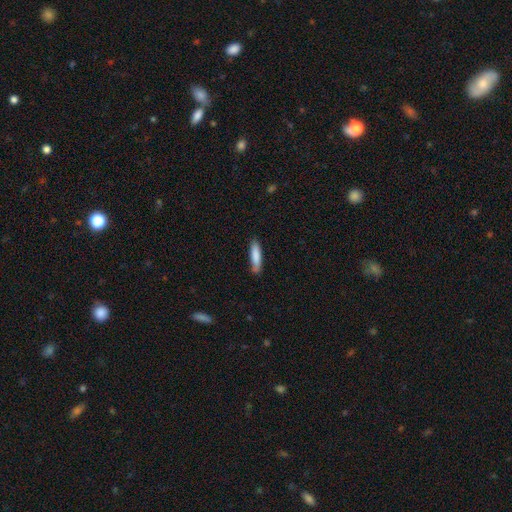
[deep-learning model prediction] Smooth or featured? Predicted: smooth (p=0.83). How rounded? Predicted: cigar-shaped (p=0.76). Merging? Predicted: none (p=0.80).